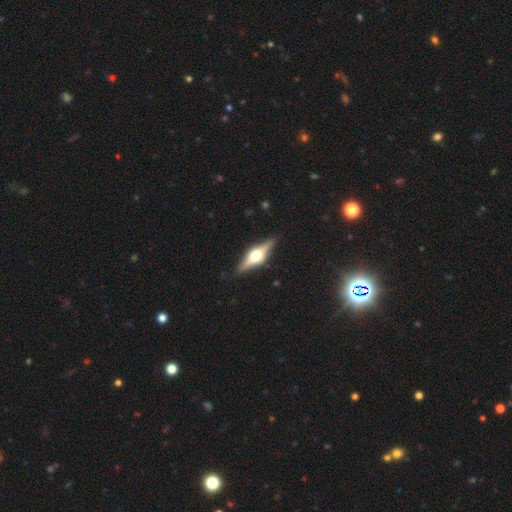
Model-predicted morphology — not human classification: Smooth or featured? featured or disk (76%)
Edge-on disk? yes (97%)
Edge-on bulge? rounded (93%)
Merging? none (88%)